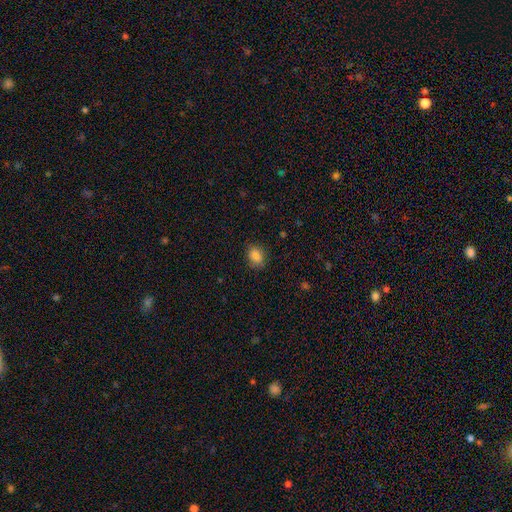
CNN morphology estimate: smooth_or_featured: smooth (p=0.85) [alt: star or artifact p=0.10]
how_rounded: in between (p=0.56) [alt: round p=0.43]
merging: none (p=0.85) [alt: minor disturbance p=0.11]